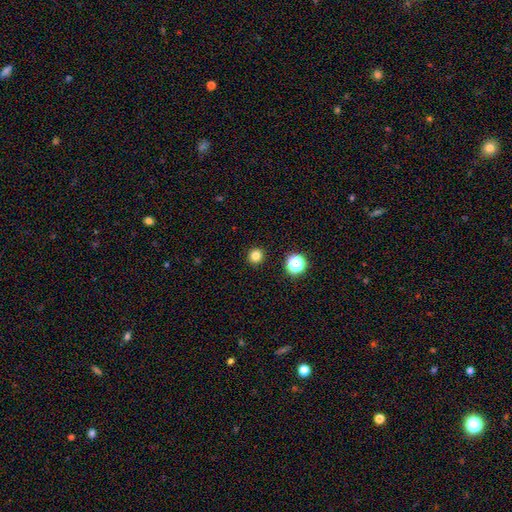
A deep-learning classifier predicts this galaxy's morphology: This is clearly a smooth galaxy (81%). How rounded: clearly round (93%). Merging: clearly none (93%).